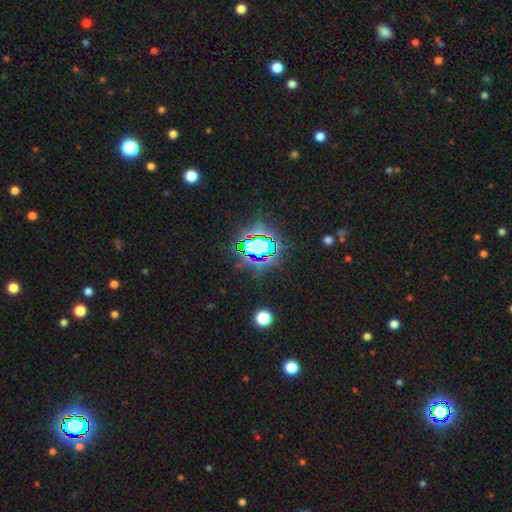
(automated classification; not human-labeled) A star or artifact, not a galaxy (70%).

Vote fractions:
- Smooth or featured? star or artifact: 70% / smooth: 18% / featured or disk: 12%